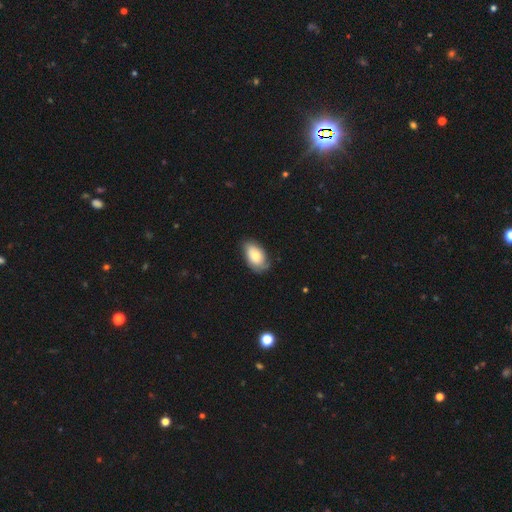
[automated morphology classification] Smooth or featured? smooth (67%)
How rounded? in between (91%)
Merging? none (67%)